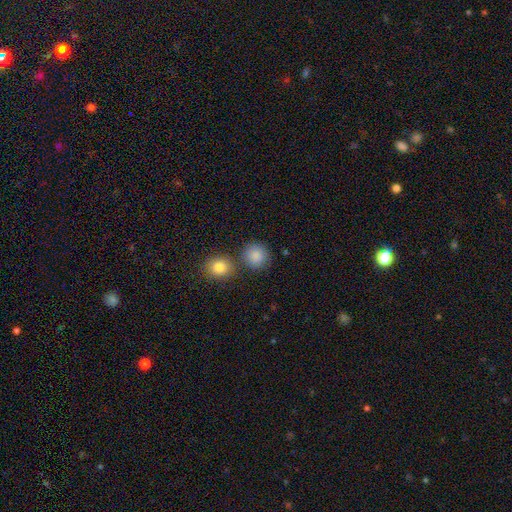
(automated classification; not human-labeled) Smooth or featured: smooth — 86% (star or artifact — 9%)
How rounded: round — 89% (in between — 10%)
Merging: none — 76% (merger — 12%)